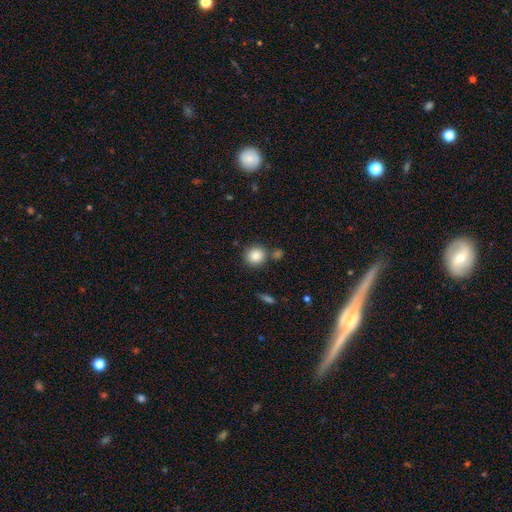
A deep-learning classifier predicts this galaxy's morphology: Q: Smooth or featured?
A: smooth (84%); runner-up: star or artifact (9%)
Q: How rounded?
A: round (89%); runner-up: in between (10%)
Q: Merging?
A: none (77%); runner-up: merger (11%)